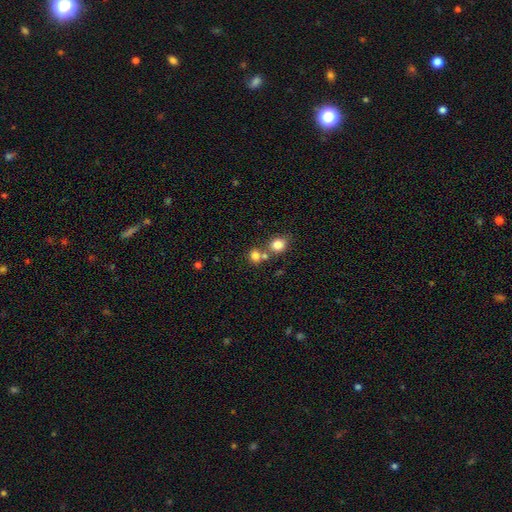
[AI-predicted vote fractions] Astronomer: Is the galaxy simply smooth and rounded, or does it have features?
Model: smooth — 79%.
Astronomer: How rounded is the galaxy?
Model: round — 74%.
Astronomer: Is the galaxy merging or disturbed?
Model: none — 49% (runner-up: merger, 39%).